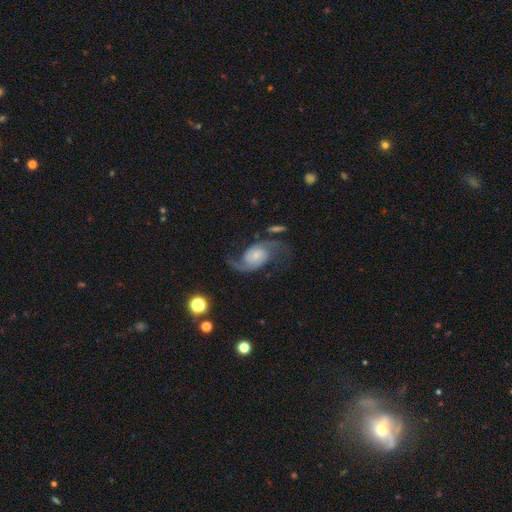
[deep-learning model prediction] Smooth or featured? Predicted: featured or disk (p=0.86). Edge-on disk? Predicted: no (p=0.97). Bar? Predicted: no (p=0.64). Spiral arms? Predicted: yes (p=0.97). Spiral winding? Predicted: loose (p=0.57). Spiral arm count? Predicted: 2 (p=0.93). Bulge size? Predicted: small (p=0.48). Merging? Predicted: none (p=0.65).